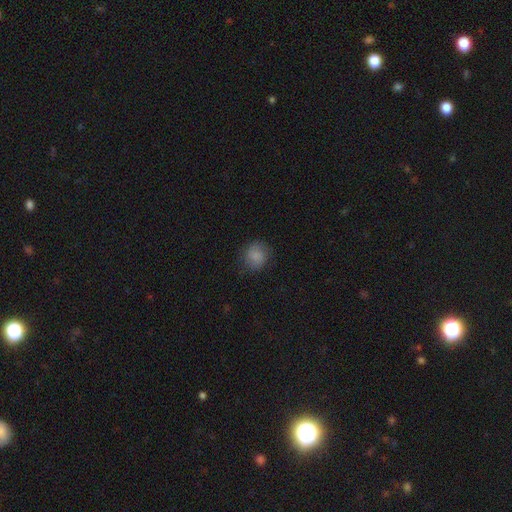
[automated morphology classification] A smooth galaxy with no disk features (81%) that is round (80%). Merging: none (77%).